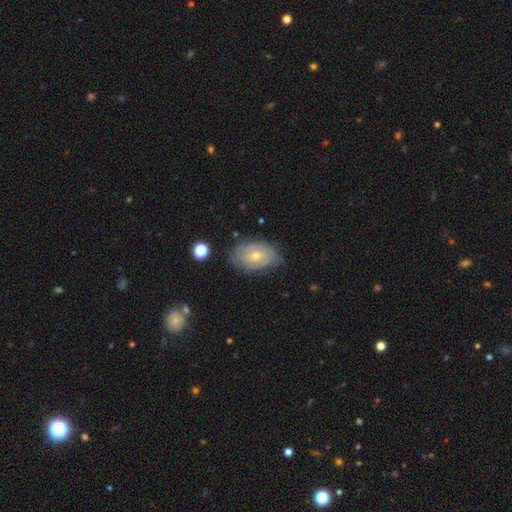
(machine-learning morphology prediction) Overall: featured or disk (45%, tied with smooth). Merging: none (73%).